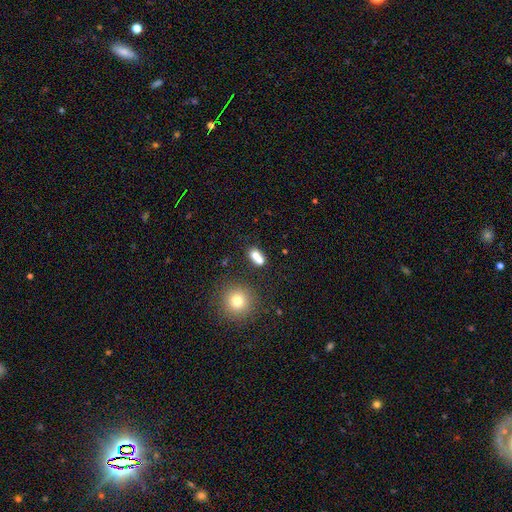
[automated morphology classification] smooth_or_featured: smooth (p=0.76) [alt: featured or disk p=0.13]
how_rounded: in between (p=0.72) [alt: round p=0.23]
merging: merger (p=0.43) [alt: none p=0.42]